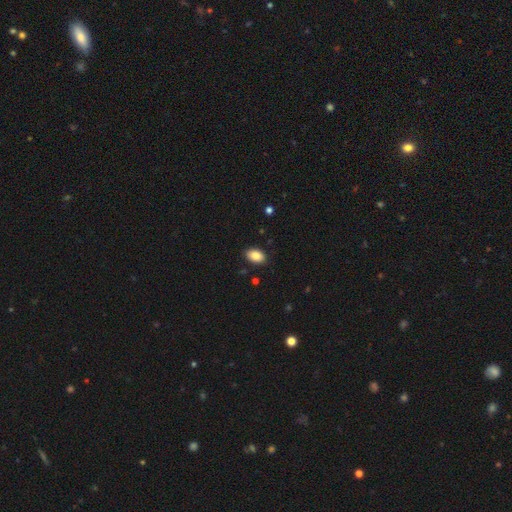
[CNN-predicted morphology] This appears to be a smooth galaxy with no disk features (88%) that is in between round and cigar-shaped (90%). Merging: none (88%).